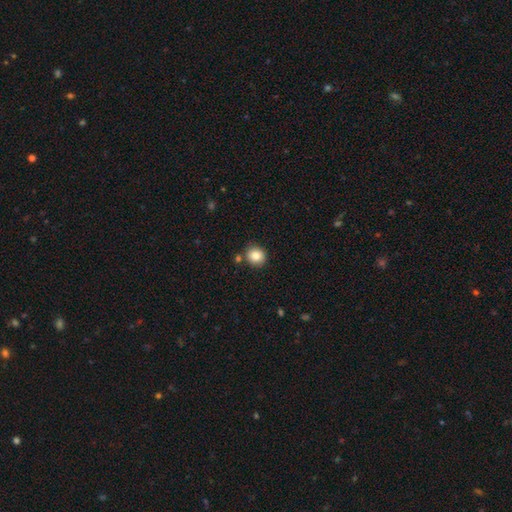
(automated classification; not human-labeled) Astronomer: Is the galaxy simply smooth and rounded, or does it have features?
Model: smooth — 84%.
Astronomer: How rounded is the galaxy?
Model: round — 82%.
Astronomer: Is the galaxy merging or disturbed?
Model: none — 84%.